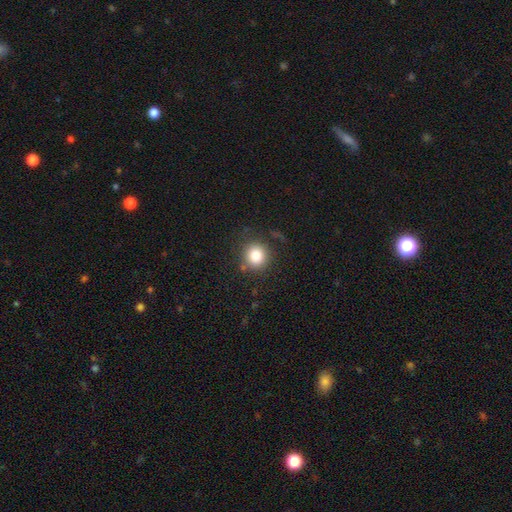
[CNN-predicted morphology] A smooth galaxy with no disk features (83%) that is round (89%). Merging: none (82%).